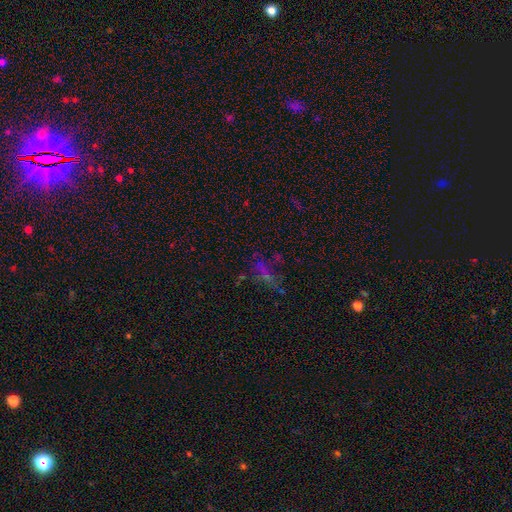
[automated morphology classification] This appears to be a star or artifact, not a galaxy (50%).